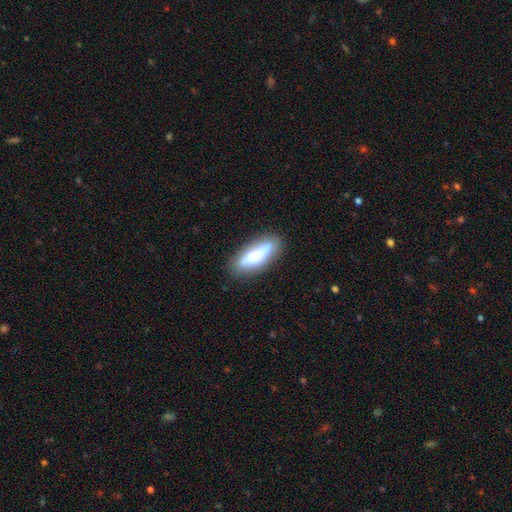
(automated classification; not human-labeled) A smooth galaxy with no disk features (68%) that is in between round and cigar-shaped (59%).

Vote fractions:
- Smooth or featured? smooth: 68% / featured or disk: 26% / star or artifact: 7%
- How rounded? in between: 59% / cigar-shaped: 38% / round: 2%
- Merging? none: 77% / minor disturbance: 16% / major disturbance: 4% / merger: 3%